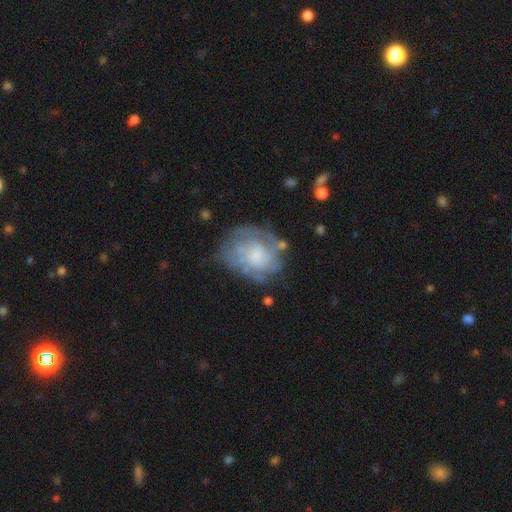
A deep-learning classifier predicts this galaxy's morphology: type=featured or disk (64%); edge-on=no (98%); bar=no (79%); spiral arms=yes (64%); bulge=moderate (38%); merging=none (59%).